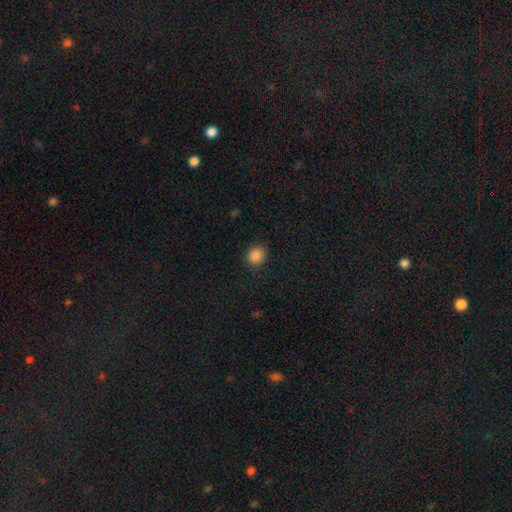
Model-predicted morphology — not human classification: Smooth or featured? smooth (86%)
How rounded? round (76%)
Merging? none (89%)